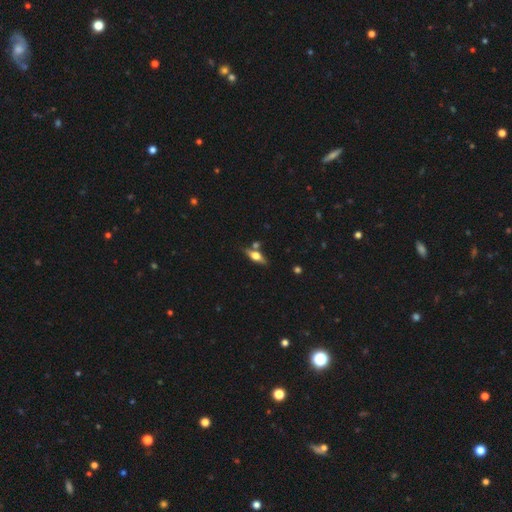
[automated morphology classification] This appears to be a featured or disk galaxy (53%) viewed edge-on (91%). Merging: none (72%).